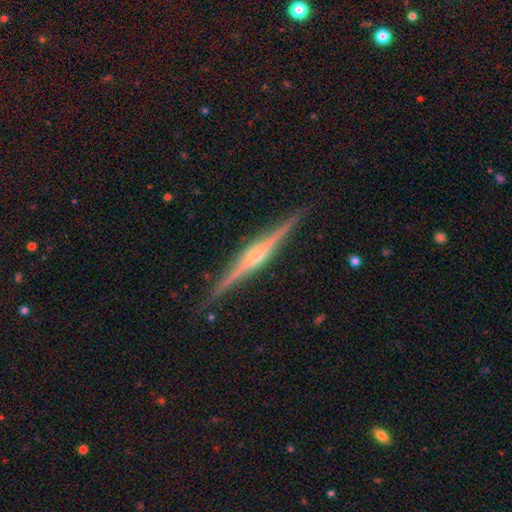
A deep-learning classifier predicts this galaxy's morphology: A featured or disk galaxy (86%) viewed edge-on (98%) with a rounded central bulge (80%).

Vote fractions:
- Smooth or featured? featured or disk: 86% / smooth: 9% / star or artifact: 5%
- Edge-on disk? yes: 98% / no: 2%
- Edge-on bulge? rounded: 80% / boxy: 11% / none: 9%
- Merging? none: 90% / minor disturbance: 7% / major disturbance: 1% / merger: 1%